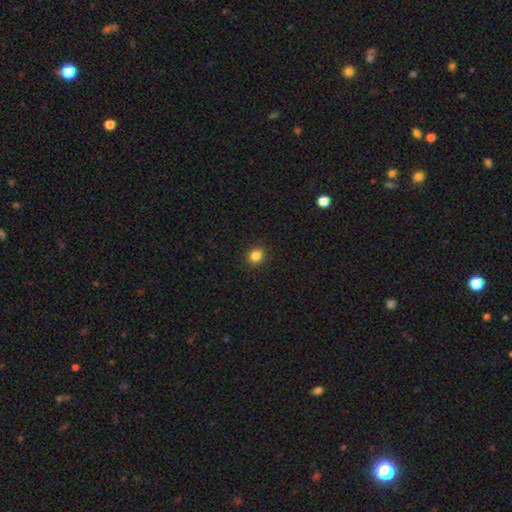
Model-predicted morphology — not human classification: smooth 84%, star or artifact 11%, featured or disk 4%. Down the decision tree: how rounded — round (76%); merging — none (91%).